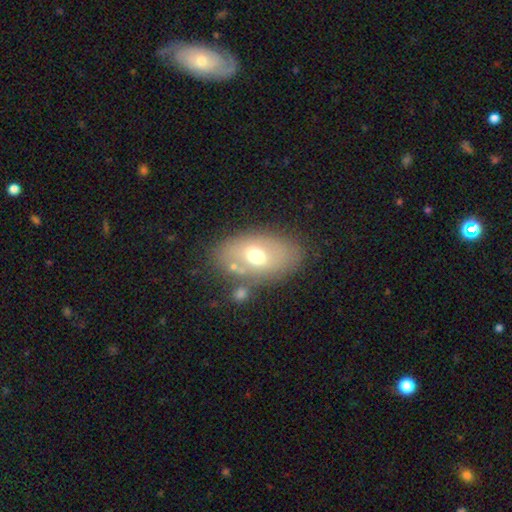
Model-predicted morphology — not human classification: smooth 57%, featured or disk 33%, star or artifact 10%. Down the decision tree: how rounded — in between (88%); merging — none (69%).